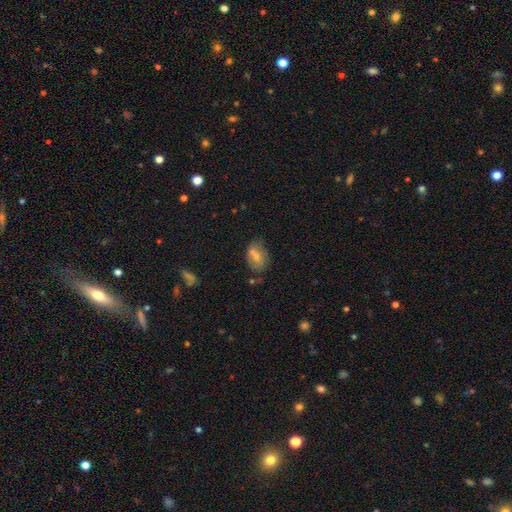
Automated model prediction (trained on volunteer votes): A smooth galaxy with no disk features (66%) that is in between round and cigar-shaped (83%). Merging: none (50%).